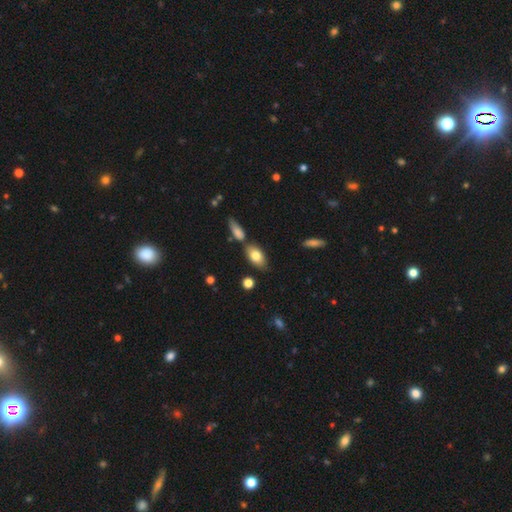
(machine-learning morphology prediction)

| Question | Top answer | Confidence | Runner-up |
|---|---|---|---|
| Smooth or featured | smooth | 79% | featured or disk (15%) |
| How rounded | in between | 90% | cigar-shaped (5%) |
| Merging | none | 69% | merger (14%) |